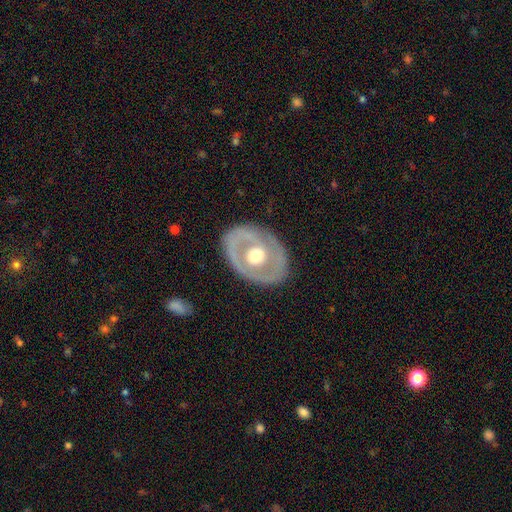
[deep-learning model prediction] featured or disk 66%, smooth 29%, star or artifact 5%. Down the decision tree: edge-on disk — no (93%); bar — no (81%); spiral arms — no (77%); bulge size — moderate (70%); merging — none (79%).